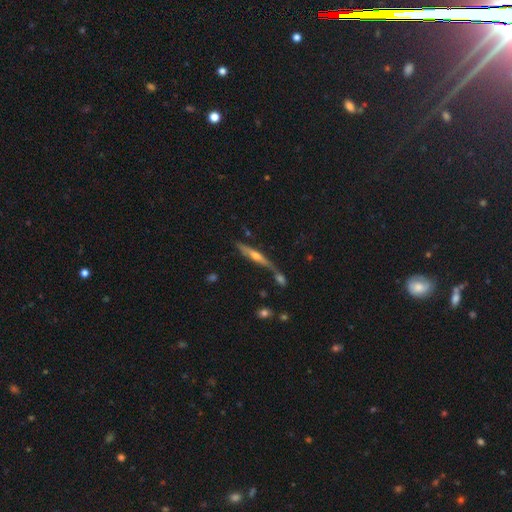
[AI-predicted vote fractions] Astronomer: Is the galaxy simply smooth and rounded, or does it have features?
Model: featured or disk — 63%.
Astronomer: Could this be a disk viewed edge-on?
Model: yes — 92%.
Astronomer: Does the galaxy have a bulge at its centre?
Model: rounded — 80%.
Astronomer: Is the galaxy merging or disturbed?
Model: none — 56%.